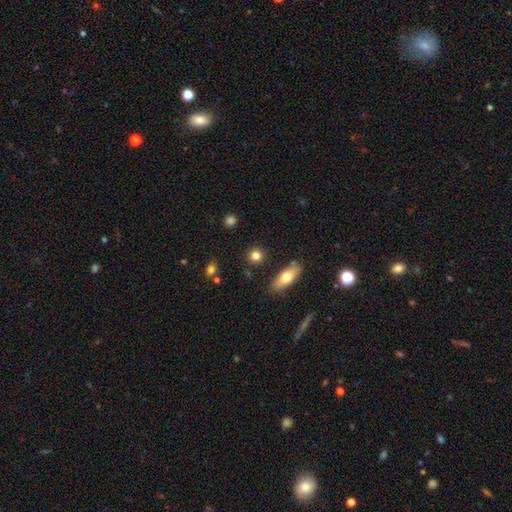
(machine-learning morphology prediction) Smooth or featured?
  - smooth: 81% *
  - star or artifact: 10%
  - featured or disk: 9%
How rounded?
  - round: 86% *
  - in between: 12%
  - cigar-shaped: 3%
Merging?
  - none: 86% *
  - minor disturbance: 8%
  - merger: 4%
  - major disturbance: 3%